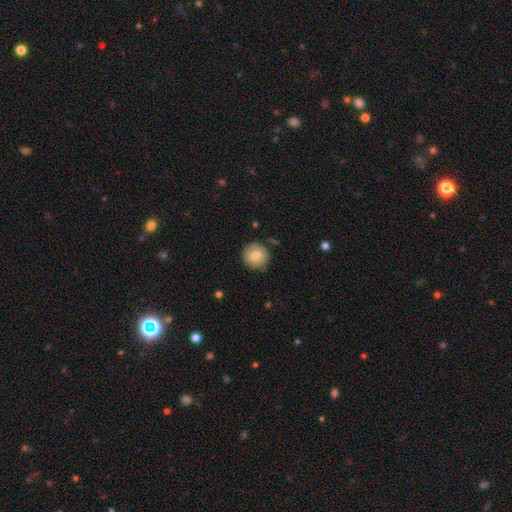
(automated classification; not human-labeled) Smooth or featured? Predicted: smooth (p=0.76). How rounded? Predicted: round (p=0.94). Merging? Predicted: none (p=0.84).